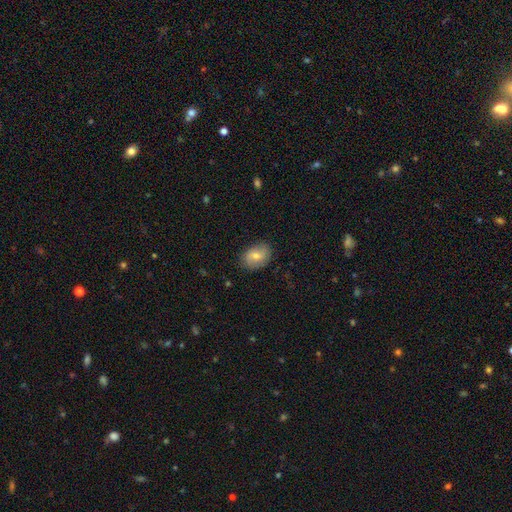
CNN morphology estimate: smooth_or_featured: smooth (p=0.58) [alt: featured or disk p=0.32]
how_rounded: in between (p=0.78) [alt: round p=0.21]
merging: none (p=0.84) [alt: minor disturbance p=0.12]